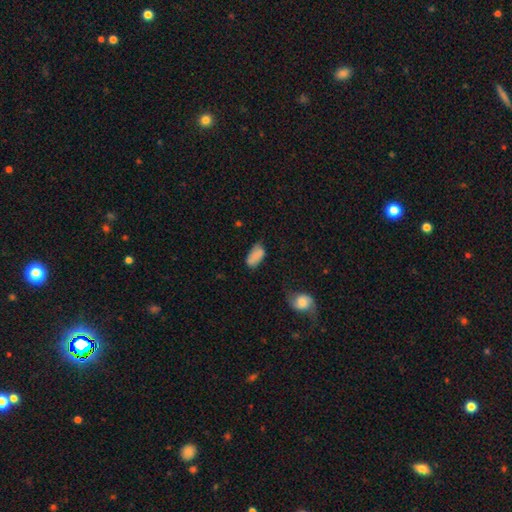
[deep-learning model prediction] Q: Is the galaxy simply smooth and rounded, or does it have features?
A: smooth — 83%.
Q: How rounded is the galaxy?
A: in between — 93%.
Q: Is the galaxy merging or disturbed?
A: none — 58%.